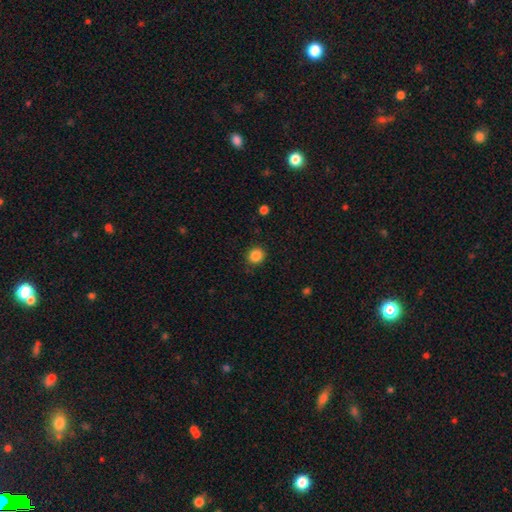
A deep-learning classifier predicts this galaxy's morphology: This is clearly a smooth galaxy (86%). How rounded: clearly round (89%). Merging: clearly none (89%).